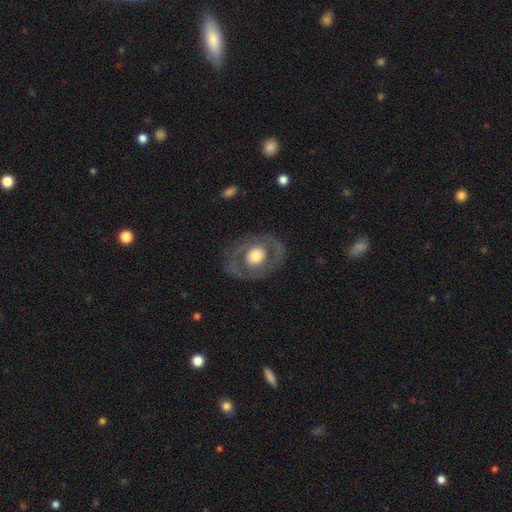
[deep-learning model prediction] Morphology: type=featured or disk (60%); edge-on=no (95%); bar=no (85%); spiral arms=no (72%); bulge=large (46%); merging=none (79%).